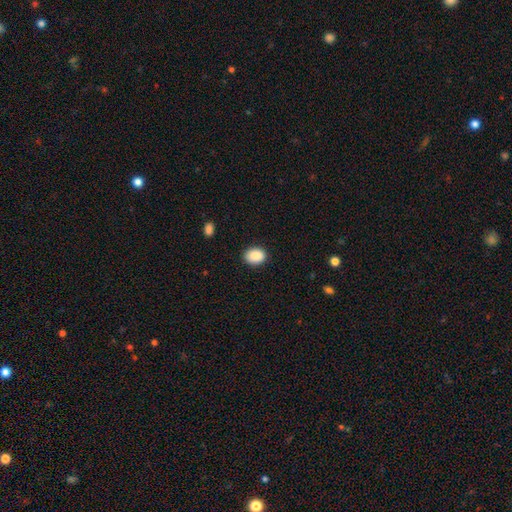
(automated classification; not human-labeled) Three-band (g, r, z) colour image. It shows a smooth galaxy with no disk features (89%) that is in between round and cigar-shaped (62%). Merging: none (88%).